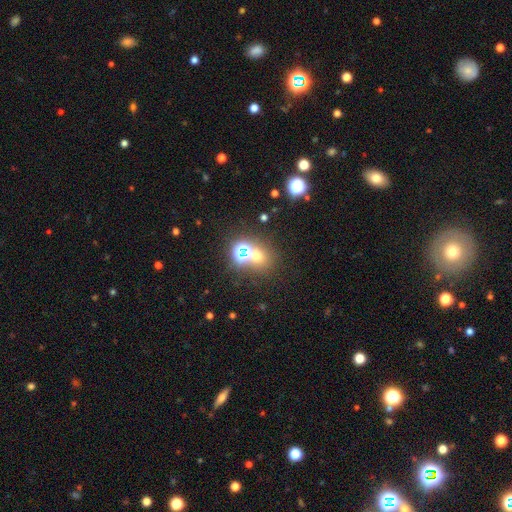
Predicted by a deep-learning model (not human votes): This appears to be a smooth galaxy with no disk features (48%). Merging: none (63%).